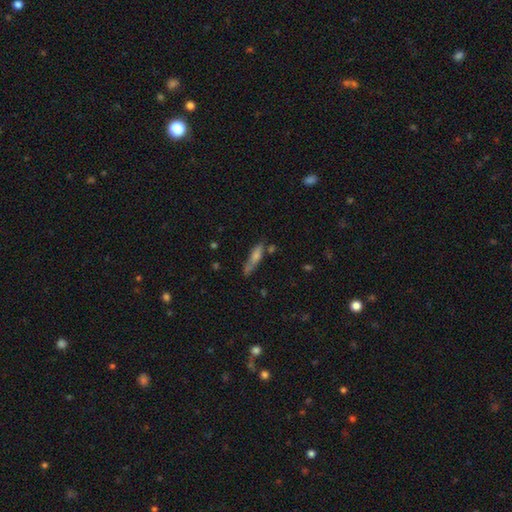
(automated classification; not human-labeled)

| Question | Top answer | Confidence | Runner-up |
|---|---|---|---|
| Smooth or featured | smooth | 53% | featured or disk (34%) |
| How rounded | cigar-shaped | 78% | in between (19%) |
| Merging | none | 59% | minor disturbance (23%) |